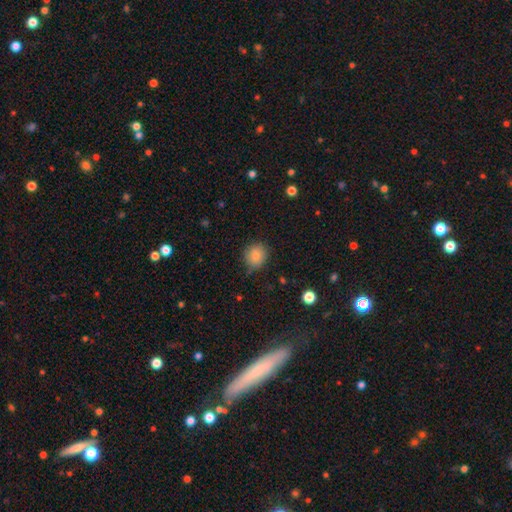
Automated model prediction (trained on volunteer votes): Smooth or featured: smooth — 85% (star or artifact — 10%)
How rounded: round — 80% (in between — 19%)
Merging: none — 79% (minor disturbance — 16%)